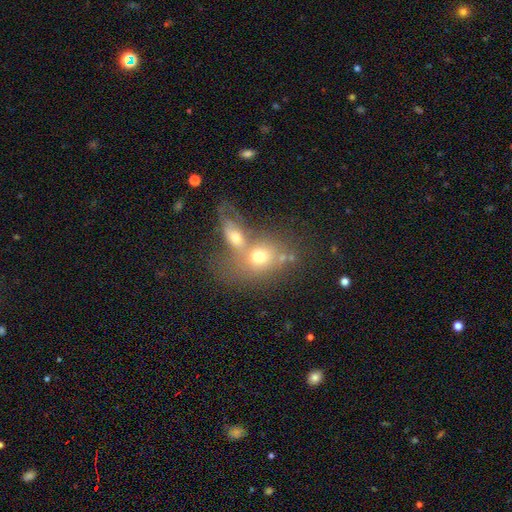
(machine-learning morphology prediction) smooth_or_featured: smooth (p=0.50) [alt: featured or disk p=0.32]
merging: merger (p=0.64) [alt: none p=0.23]